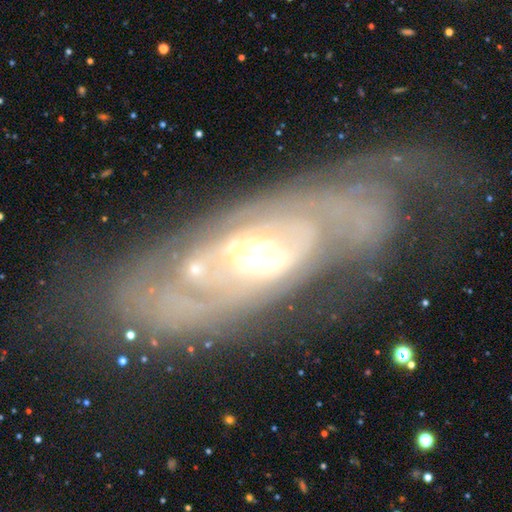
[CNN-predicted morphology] type=featured or disk (81%); edge-on=no (85%); bar=no (59%); spiral arms=yes (79%); winding=tight (58%); arm count=can't tell (46%); bulge=moderate (57%); merging=none (52%).